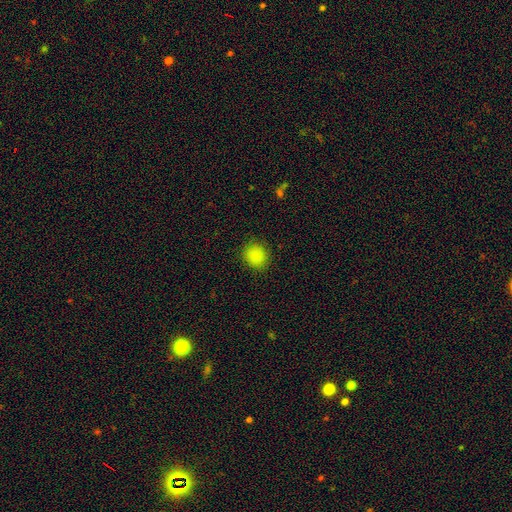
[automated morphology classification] A smooth galaxy with no disk features (86%) that is round (84%). Merging: none (89%).